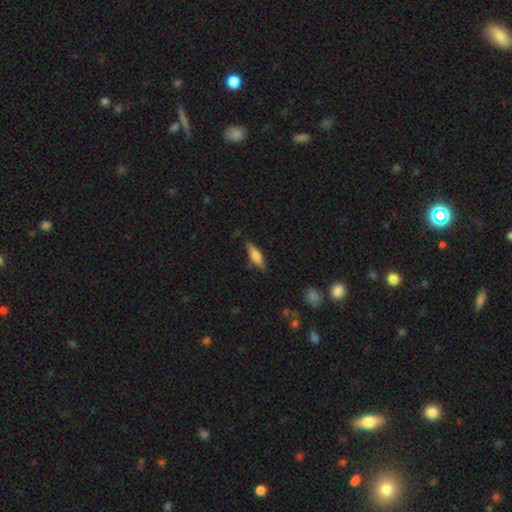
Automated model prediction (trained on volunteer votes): smooth_or_featured: smooth (p=0.58) [alt: featured or disk p=0.35]
how_rounded: cigar-shaped (p=0.60) [alt: in between p=0.37]
merging: none (p=0.75) [alt: minor disturbance p=0.19]